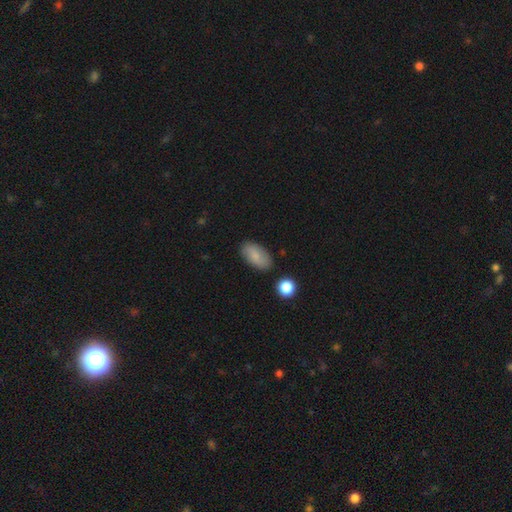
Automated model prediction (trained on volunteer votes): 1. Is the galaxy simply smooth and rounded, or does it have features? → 78% smooth, 15% featured or disk, 7% star or artifact.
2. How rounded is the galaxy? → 93% in between, 4% round, 3% cigar-shaped.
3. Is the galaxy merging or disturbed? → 82% none, 12% minor disturbance, 3% merger, 3% major disturbance.